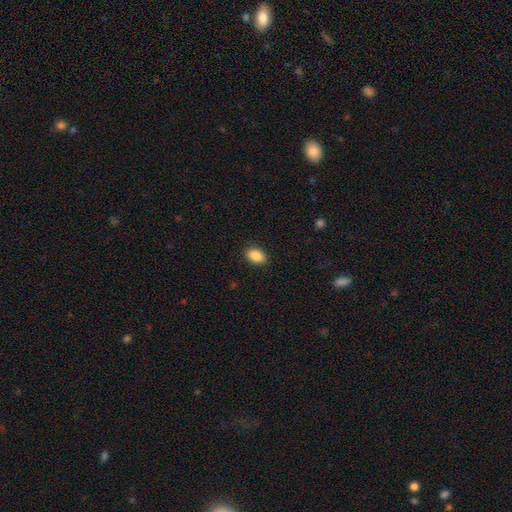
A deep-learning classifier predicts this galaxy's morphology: smooth 88%, star or artifact 8%, featured or disk 4%. Down the decision tree: how rounded — in between (89%); merging — none (90%).